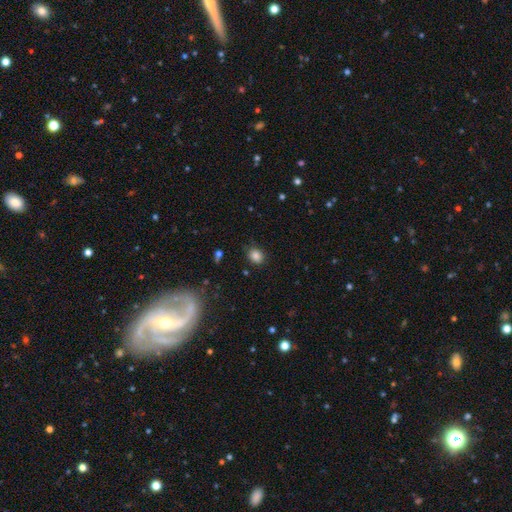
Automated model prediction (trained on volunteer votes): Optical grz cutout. It shows a smooth galaxy with no disk features (84%) that is round (56%). Merging: none (84%).